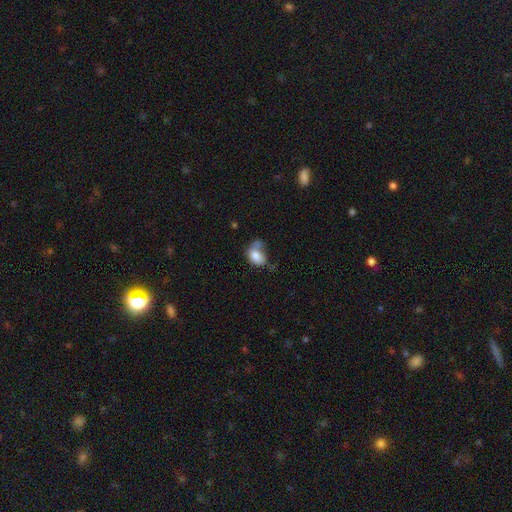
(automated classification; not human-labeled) Smooth or featured? Predicted: smooth (p=0.75). How rounded? Predicted: in between (p=0.73). Merging? Predicted: major disturbance (p=0.29).